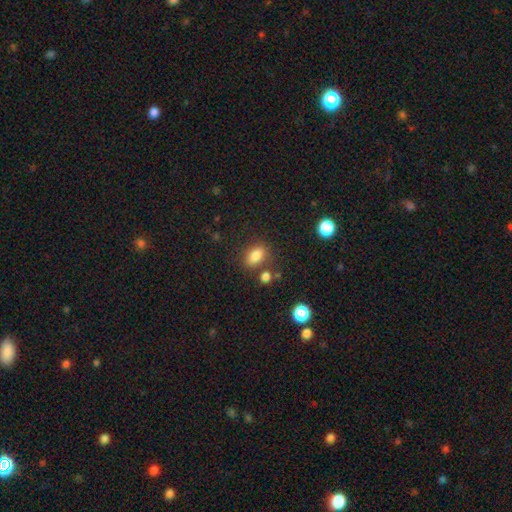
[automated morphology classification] Smooth or featured? Predicted: smooth (p=0.82). How rounded? Predicted: in between (p=0.81). Merging? Predicted: none (p=0.74).